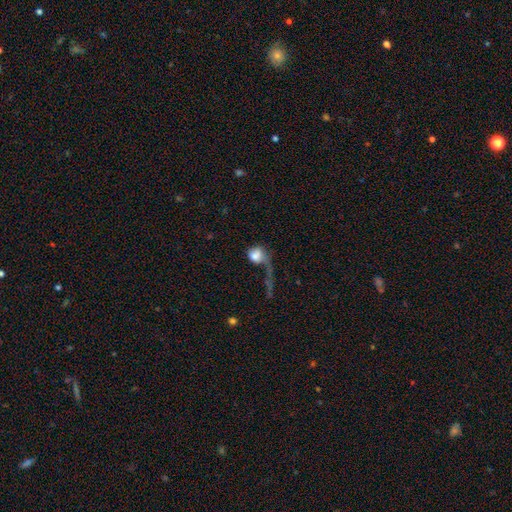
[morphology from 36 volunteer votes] A featured or disk galaxy (53%) with no bar (83%), 1 (100%) loose (100%) spiral arms (61%) and a dominant central bulge (39%).

Vote fractions:
- Smooth or featured? featured or disk: 53% / smooth: 47% / star or artifact: 0%
- Edge-on disk? no: 95% / yes: 5%
- Bar? no: 83% / weak: 17% / strong: 0%
- Spiral arms? yes: 61% / no: 39%
- Spiral winding? loose: 100% / tight: 0% / medium: 0%
- Spiral arm count? 1: 100% / 2: 0% / 3: 0% / 4: 0% / more than 4: 0% / can't tell: 0%
- Bulge size? dominant: 39% / large: 22% / moderate: 22% / small: 11% / none: 6%
- Merging? major disturbance: 53% / none: 25% / minor disturbance: 11% / merger: 11%